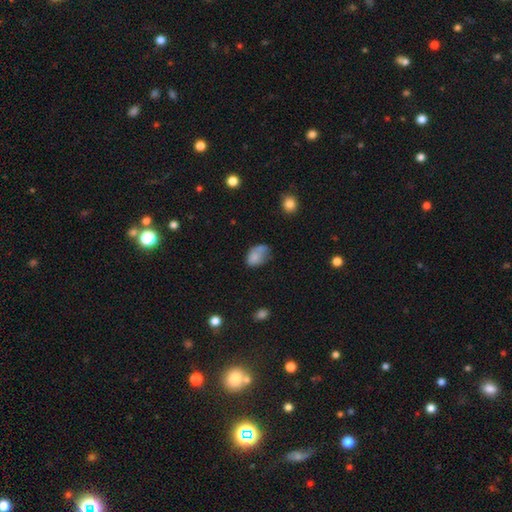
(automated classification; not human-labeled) The model was most divided on "merging": none: 38%, minor disturbance: 32%, major disturbance: 17%, merger: 13%. More confident: how rounded — in between (83%); smooth or featured — smooth (75%).